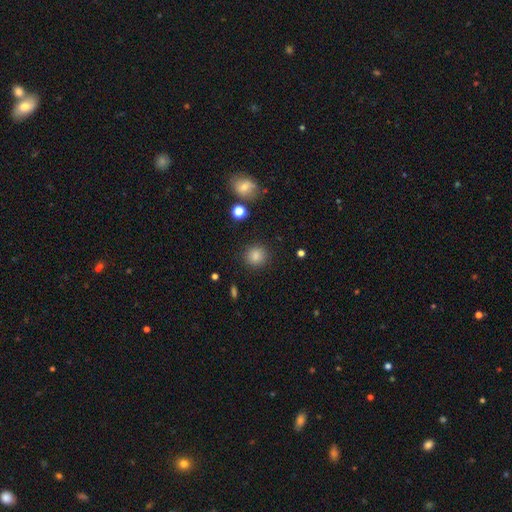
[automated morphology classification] Overall: smooth (84%). How rounded: round (88%). Merging: none (88%).